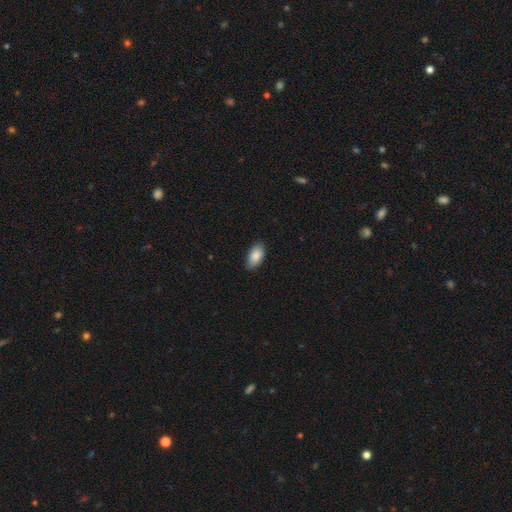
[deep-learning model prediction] Smooth or featured? smooth (86%)
How rounded? in between (94%)
Merging? none (82%)